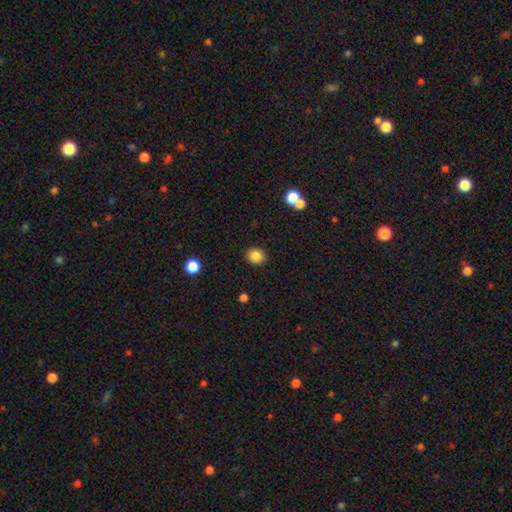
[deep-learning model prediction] smooth 85%, star or artifact 10%, featured or disk 5%. Down the decision tree: how rounded — round (75%); merging — none (89%).